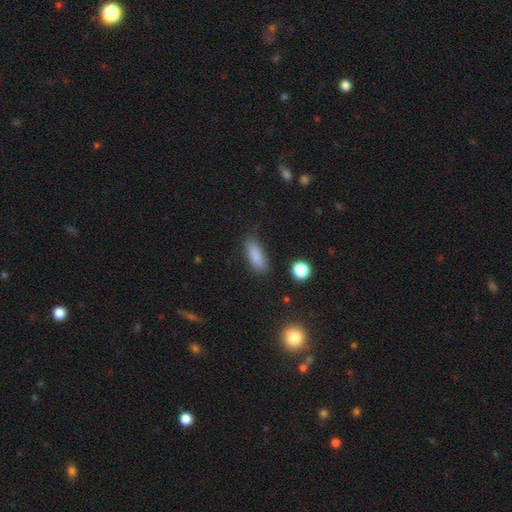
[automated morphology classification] Smooth or featured: smooth — 86% (star or artifact — 8%)
How rounded: in between — 68% (cigar-shaped — 29%)
Merging: none — 84% (minor disturbance — 11%)